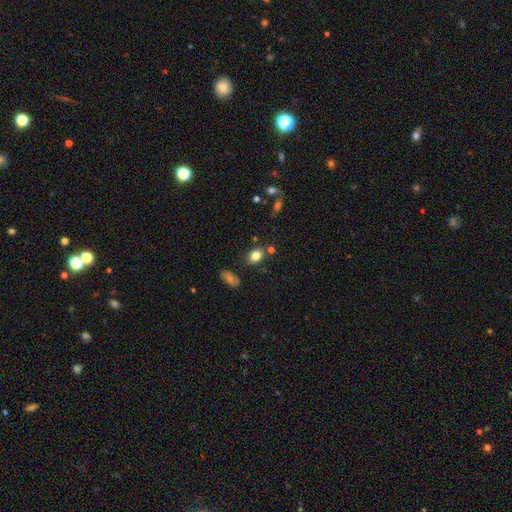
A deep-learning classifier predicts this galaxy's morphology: A smooth galaxy with no disk features (81%) that is in between round and cigar-shaped (64%).

Vote fractions:
- Smooth or featured? smooth: 81% / star or artifact: 11% / featured or disk: 8%
- How rounded? in between: 64% / round: 35% / cigar-shaped: 2%
- Merging? none: 77% / minor disturbance: 13% / merger: 7% / major disturbance: 3%